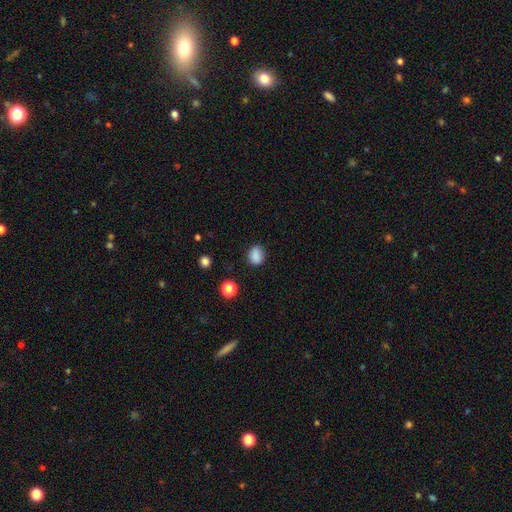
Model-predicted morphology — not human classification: smooth 85%, star or artifact 10%, featured or disk 5%. Down the decision tree: how rounded — round (55%); merging — none (80%).